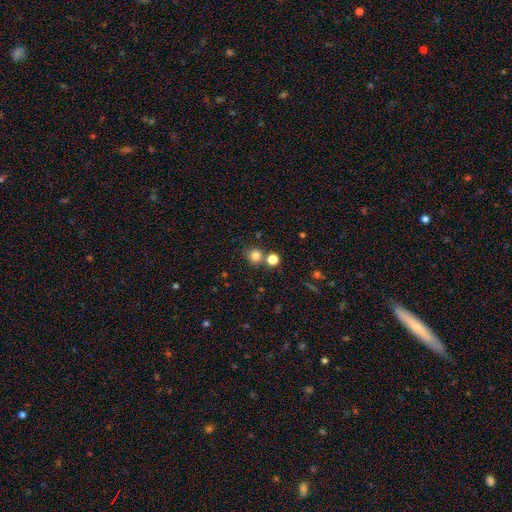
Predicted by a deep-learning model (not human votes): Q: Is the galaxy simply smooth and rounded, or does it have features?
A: smooth — 79%.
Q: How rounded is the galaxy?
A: round — 91%.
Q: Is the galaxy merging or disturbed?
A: none — 70%.